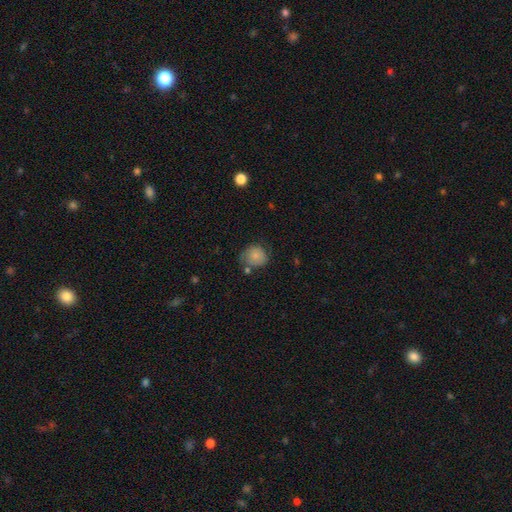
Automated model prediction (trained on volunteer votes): Morphology: type=smooth (77%); roundness=round (81%); merging=none (57%).